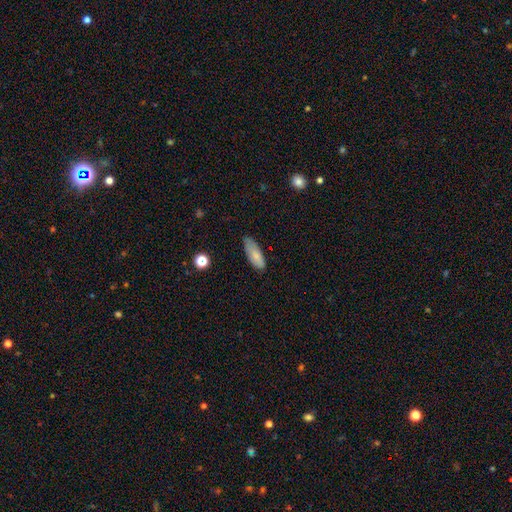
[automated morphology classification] smooth_or_featured: smooth (p=0.81) [alt: featured or disk p=0.12]
how_rounded: in between (p=0.72) [alt: cigar-shaped p=0.26]
merging: none (p=0.70) [alt: minor disturbance p=0.24]